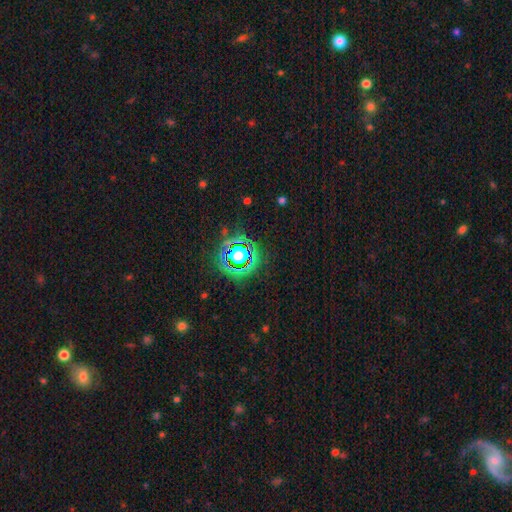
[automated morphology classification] Smooth or featured?
  - star or artifact: 77% *
  - smooth: 14%
  - featured or disk: 9%